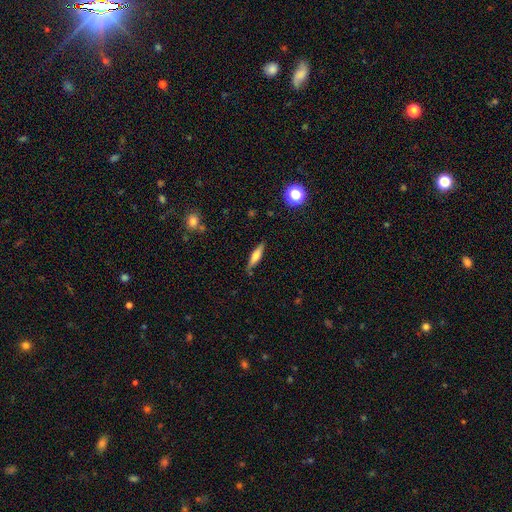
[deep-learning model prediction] smooth-or-featured: smooth: 54% | featured or disk: 38% | star or artifact: 7%
  how-rounded: cigar-shaped: 74% | in between: 24% | round: 2%
  merging: none: 83% | minor disturbance: 12% | major disturbance: 3% | merger: 2%